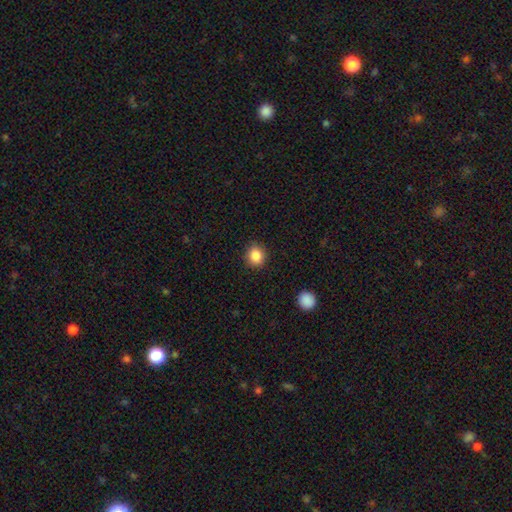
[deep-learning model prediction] Overall: smooth (86%). How rounded: round (81%). Merging: none (87%).